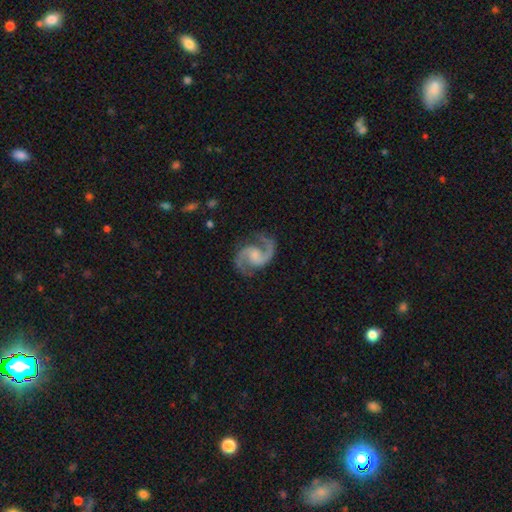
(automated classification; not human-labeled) Morphology: type=featured or disk (94%); edge-on=no (98%); bar=no (47%); spiral arms=yes (99%); winding=medium (65%); arm count=2 (94%); bulge=moderate (35%, tied with small); merging=none (81%).